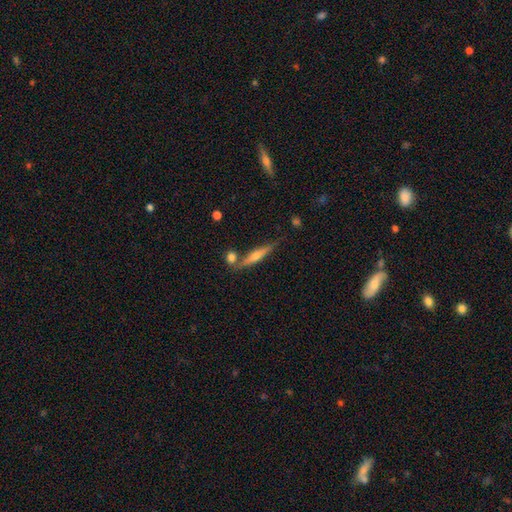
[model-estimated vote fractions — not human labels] featured or disk 61%, smooth 32%, star or artifact 7%. Down the decision tree: edge-on disk — yes (95%); edge-on bulge — rounded (82%); merging — none (75%).